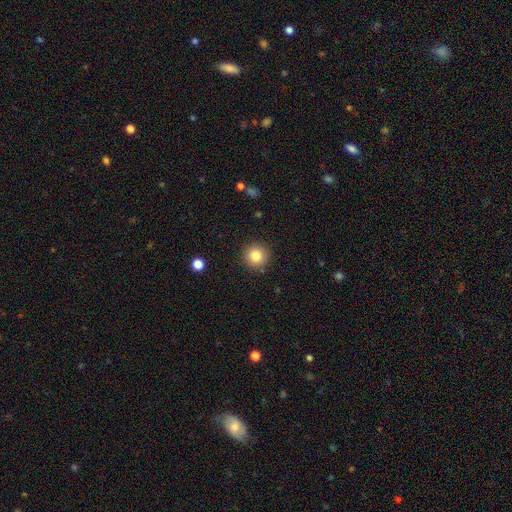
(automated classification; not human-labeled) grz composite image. It shows a smooth galaxy with no disk features (83%) that is round (94%). Merging: none (90%).